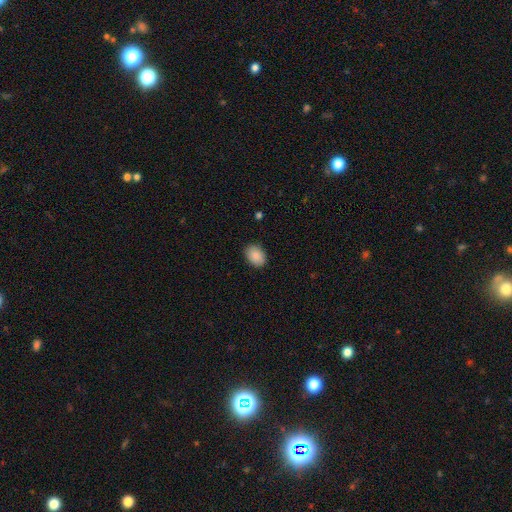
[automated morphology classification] This is clearly a smooth galaxy (88%). How rounded: likely in between (74%). Merging: clearly none (88%).